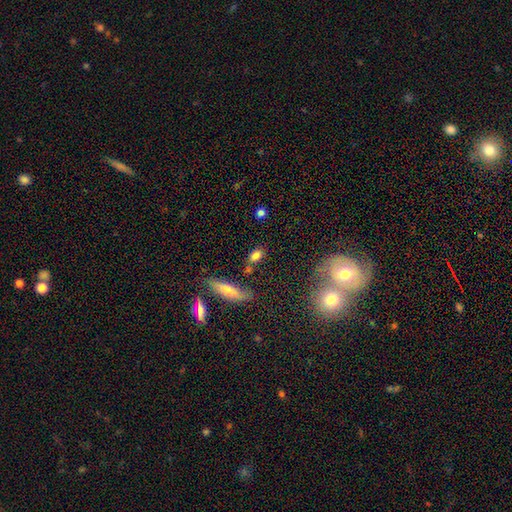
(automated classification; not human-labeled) smooth_or_featured: smooth (p=0.79) [alt: star or artifact p=0.11]
how_rounded: in between (p=0.78) [alt: round p=0.14]
merging: none (p=0.70) [alt: minor disturbance p=0.15]